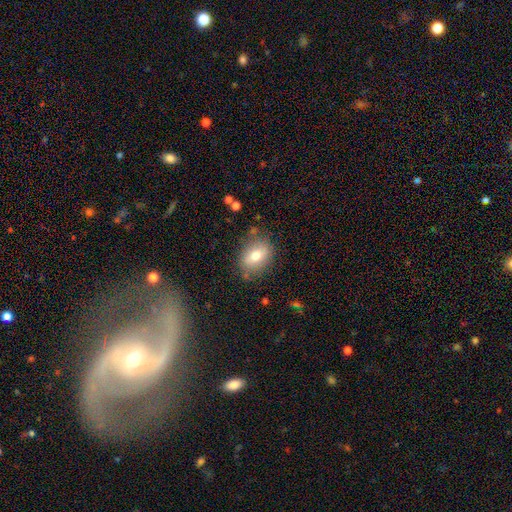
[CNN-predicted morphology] Smooth or featured?
  - smooth: 74% *
  - featured or disk: 17%
  - star or artifact: 8%
How rounded?
  - in between: 73% *
  - round: 25%
  - cigar-shaped: 2%
Merging?
  - none: 77% *
  - minor disturbance: 16%
  - major disturbance: 5%
  - merger: 3%